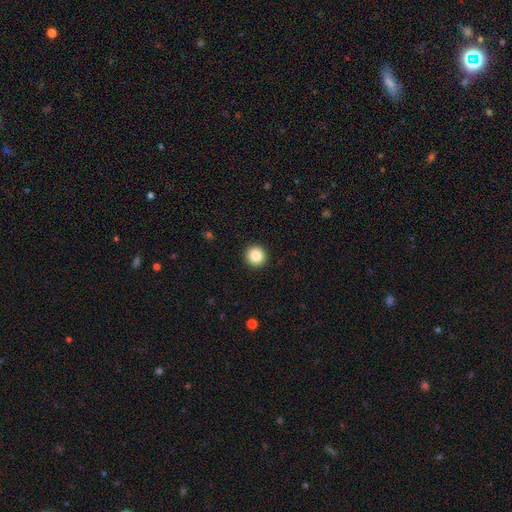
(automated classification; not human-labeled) smooth_or_featured: smooth (p=0.86) [alt: star or artifact p=0.09]
how_rounded: round (p=0.95) [alt: in between p=0.04]
merging: none (p=0.93) [alt: minor disturbance p=0.04]